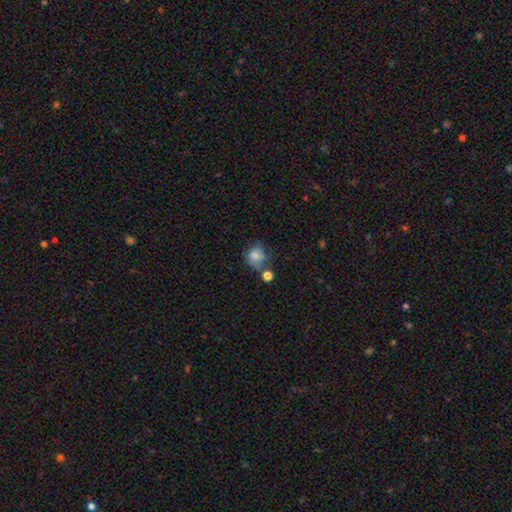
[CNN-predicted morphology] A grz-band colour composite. It shows a smooth galaxy with no disk features (76%) that is round (65%). Merging: none (44%).